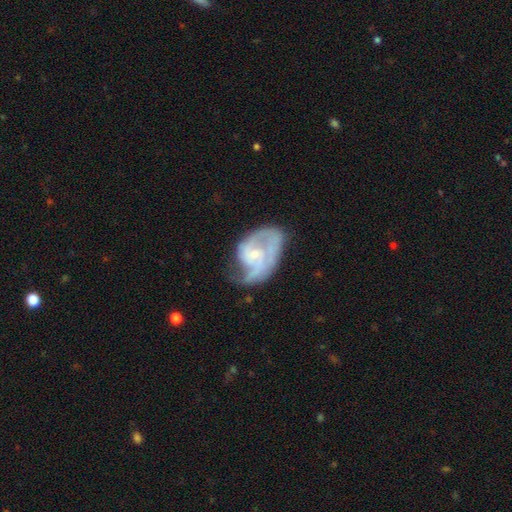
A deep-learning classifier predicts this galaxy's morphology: type=featured or disk (83%); edge-on=no (98%); bar=no (62%); spiral arms=yes (92%); winding=medium (46%); arm count=2 (57%); bulge=small (66%); merging=none (42%).